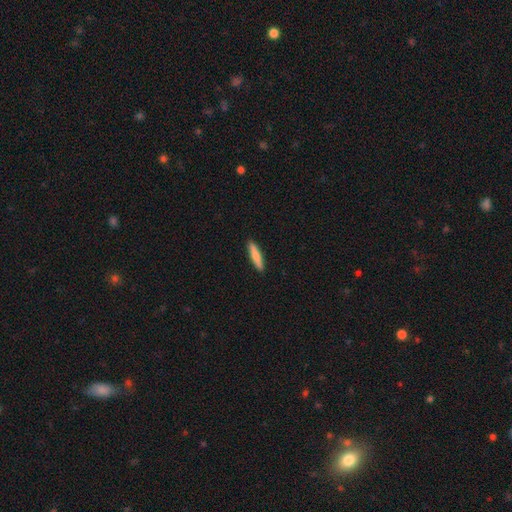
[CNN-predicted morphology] A smooth galaxy with no disk features (76%) that is cigar-shaped (88%). Merging: none (92%).